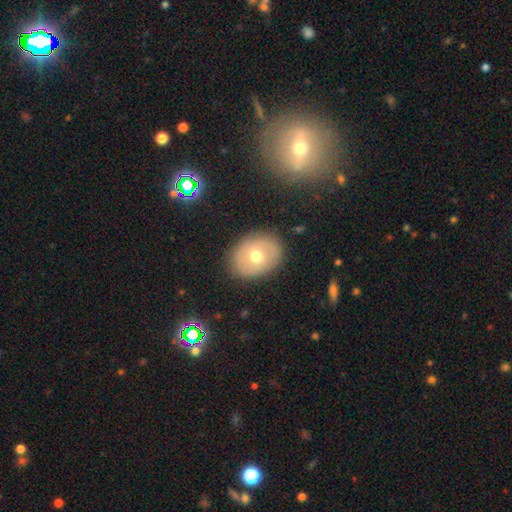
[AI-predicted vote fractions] smooth_or_featured: smooth (p=0.55) [alt: featured or disk p=0.36]
how_rounded: in between (p=0.54) [alt: round p=0.45]
merging: none (p=0.83) [alt: minor disturbance p=0.12]